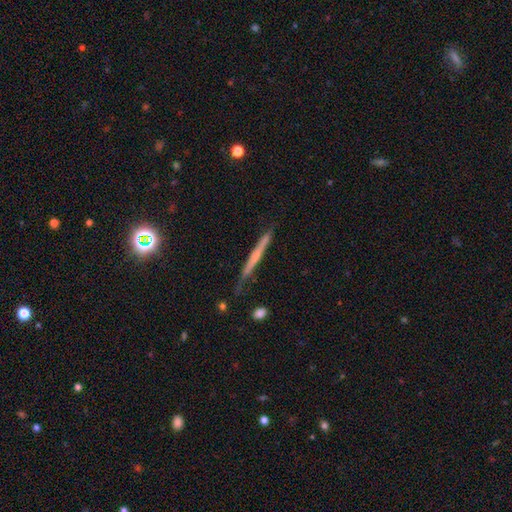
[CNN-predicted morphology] featured or disk 51%, smooth 40%, star or artifact 9%. Down the decision tree: edge-on disk — yes (95%); merging — none (75%).